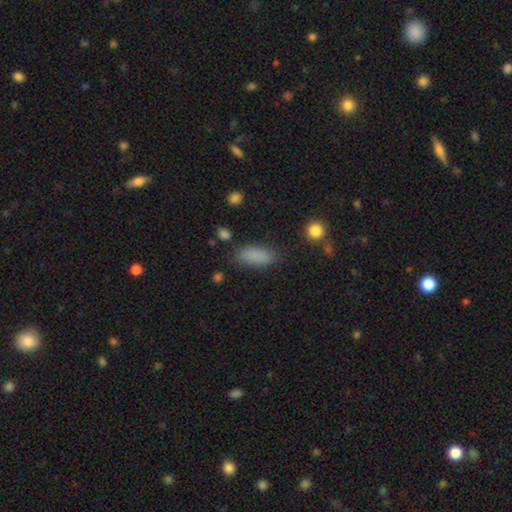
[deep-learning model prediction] smooth_or_featured: smooth (p=0.86) [alt: star or artifact p=0.09]
how_rounded: in between (p=0.76) [alt: cigar-shaped p=0.21]
merging: none (p=0.81) [alt: minor disturbance p=0.13]